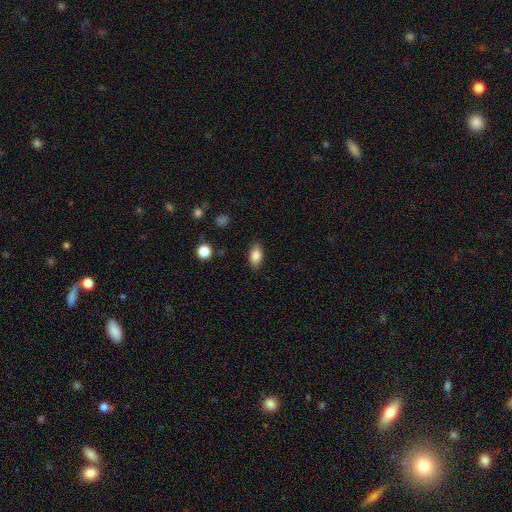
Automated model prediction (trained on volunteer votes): smooth-or-featured: smooth: 86% | star or artifact: 8% | featured or disk: 6%
  how-rounded: in between: 90% | round: 5% | cigar-shaped: 5%
  merging: none: 86% | minor disturbance: 10% | major disturbance: 3% | merger: 1%